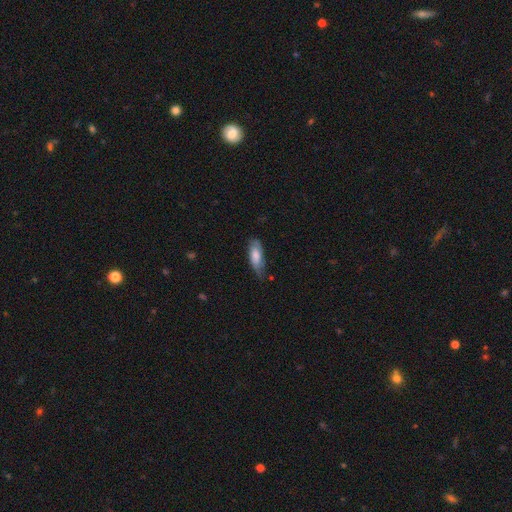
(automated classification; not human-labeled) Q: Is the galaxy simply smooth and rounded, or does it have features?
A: smooth — 65%.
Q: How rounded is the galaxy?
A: in between — 70%.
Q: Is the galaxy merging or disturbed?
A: none — 58%.